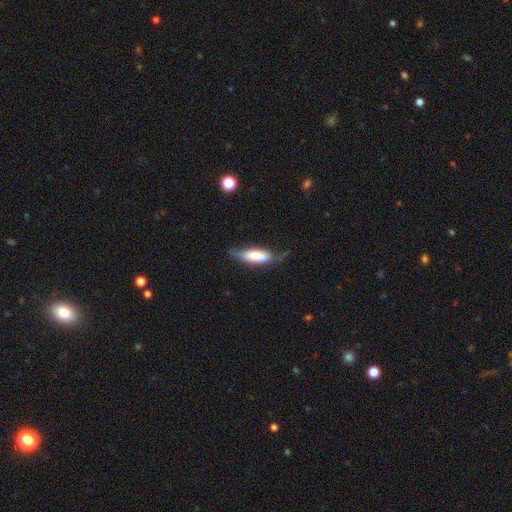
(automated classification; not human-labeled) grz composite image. It shows a smooth galaxy with no disk features (67%) that is in between round and cigar-shaped (65%). Merging: none (52%).